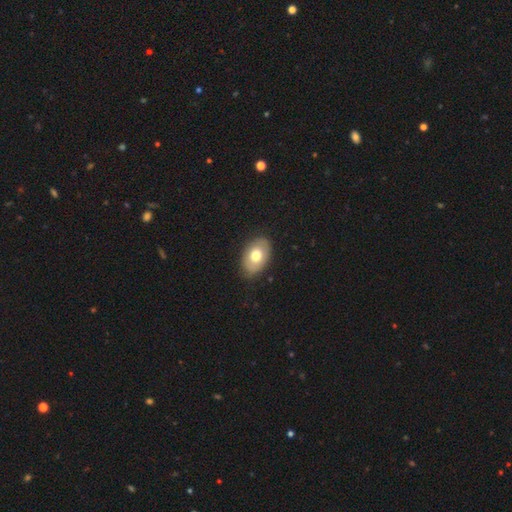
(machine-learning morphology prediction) type=smooth (69%); roundness=in between (86%); merging=none (85%).